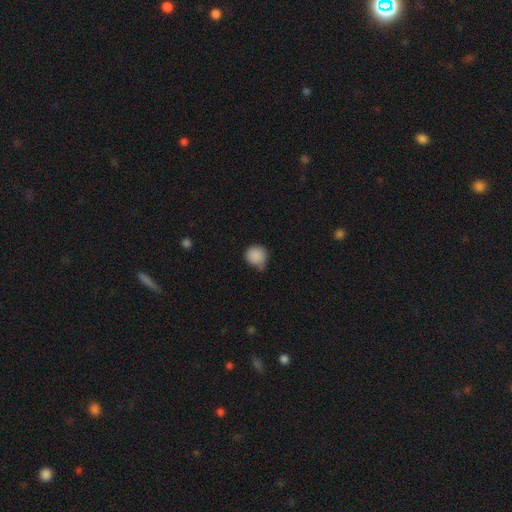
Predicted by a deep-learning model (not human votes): Overall: smooth (87%). How rounded: round (89%). Merging: none (56%; minor disturbance 33%).